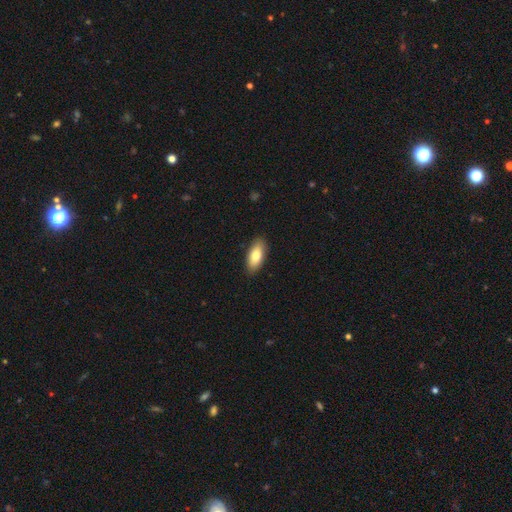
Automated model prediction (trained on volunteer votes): Smooth or featured? smooth (83%)
How rounded? in between (87%)
Merging? none (88%)